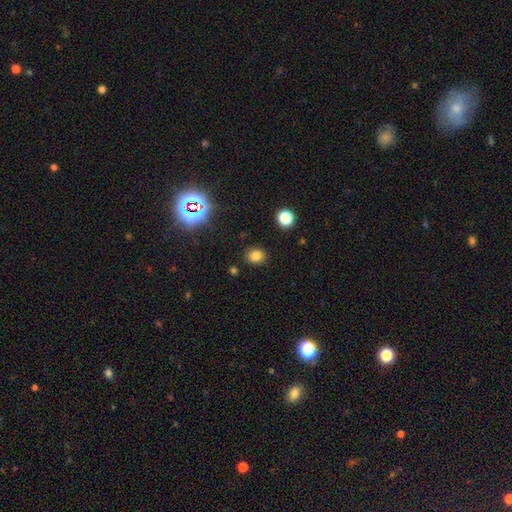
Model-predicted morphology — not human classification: A smooth galaxy with no disk features (78%) that is round (73%). Merging: none (88%).